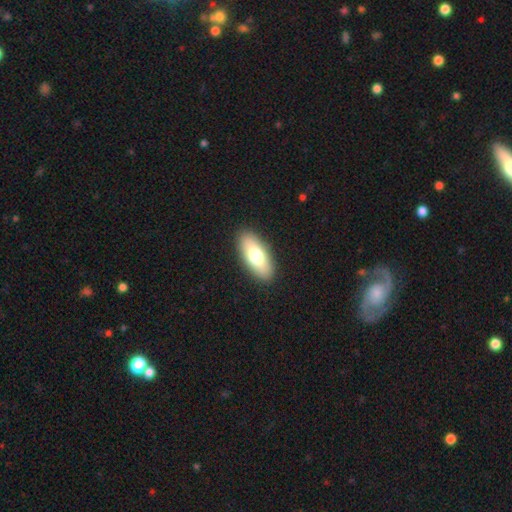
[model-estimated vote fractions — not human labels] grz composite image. It shows a smooth galaxy with no disk features (72%) that is in between round and cigar-shaped (82%). Merging: none (90%).